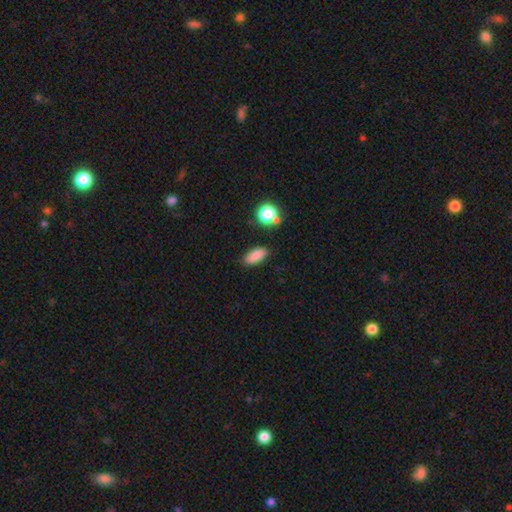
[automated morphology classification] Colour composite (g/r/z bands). It shows a smooth galaxy with no disk features (84%) that is in between round and cigar-shaped (80%). Merging: none (82%).